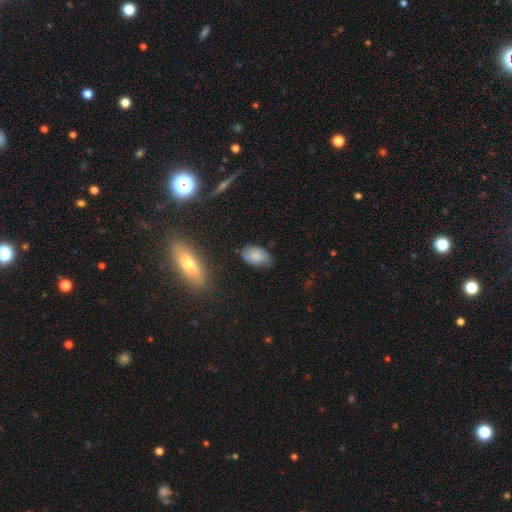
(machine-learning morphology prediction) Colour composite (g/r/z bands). It shows a smooth galaxy with no disk features (78%) that is in between round and cigar-shaped (90%). Merging: none (74%).